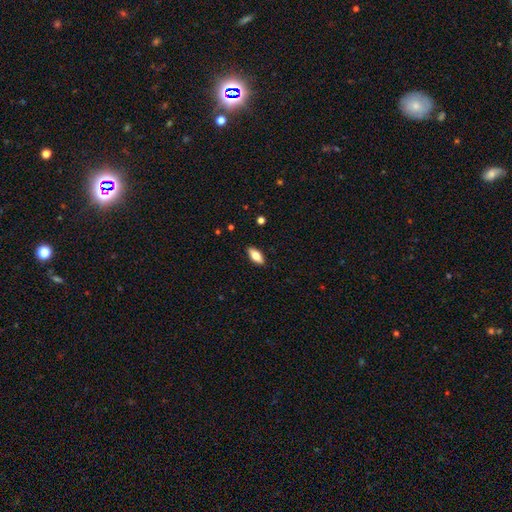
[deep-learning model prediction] smooth_or_featured: smooth (p=0.75) [alt: featured or disk p=0.19]
how_rounded: in between (p=0.85) [alt: cigar-shaped p=0.12]
merging: none (p=0.89) [alt: minor disturbance p=0.08]